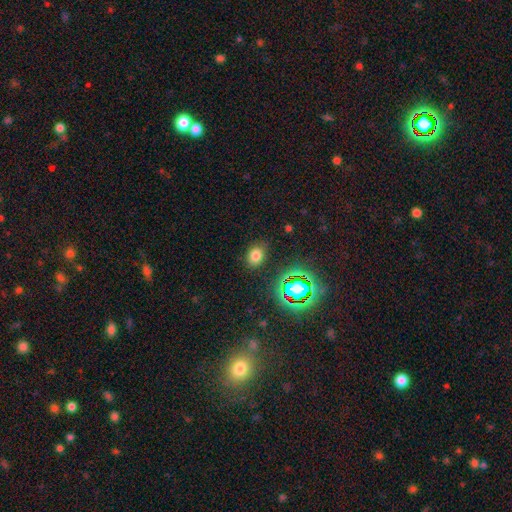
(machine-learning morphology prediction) Smooth or featured?
  - smooth: 72% *
  - star or artifact: 21%
  - featured or disk: 8%
How rounded?
  - in between: 69% *
  - round: 30%
  - cigar-shaped: 1%
Merging?
  - none: 84% *
  - minor disturbance: 11%
  - major disturbance: 3%
  - merger: 2%